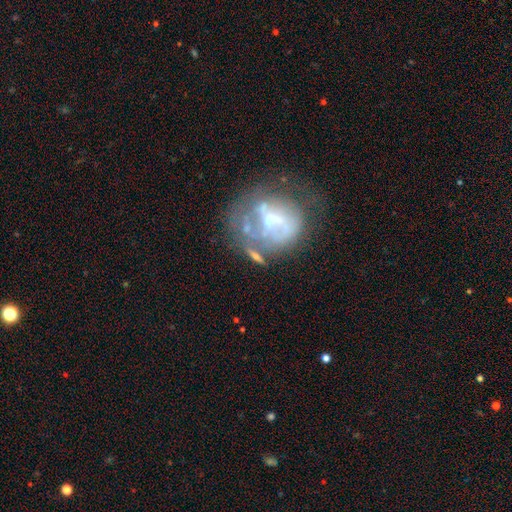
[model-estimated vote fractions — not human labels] Morphology: type=featured or disk (61%); edge-on=no (97%); bar=no (63%); spiral arms=no (72%); bulge=moderate (33%); merging=none (38%).